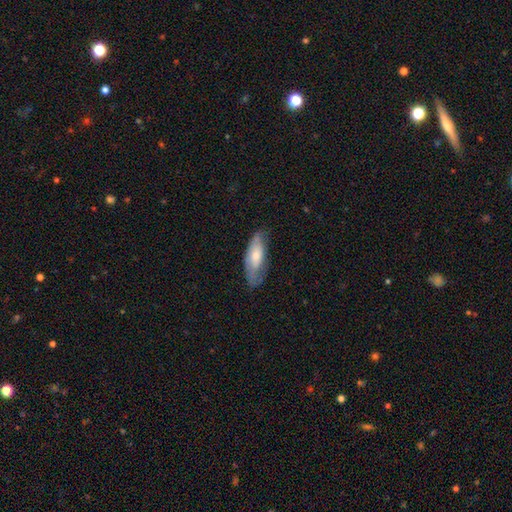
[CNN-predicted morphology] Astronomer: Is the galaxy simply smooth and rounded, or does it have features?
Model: smooth — 58% (runner-up: featured or disk, 36%).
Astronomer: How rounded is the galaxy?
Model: in between — 70%.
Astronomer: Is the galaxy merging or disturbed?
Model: none — 58%.